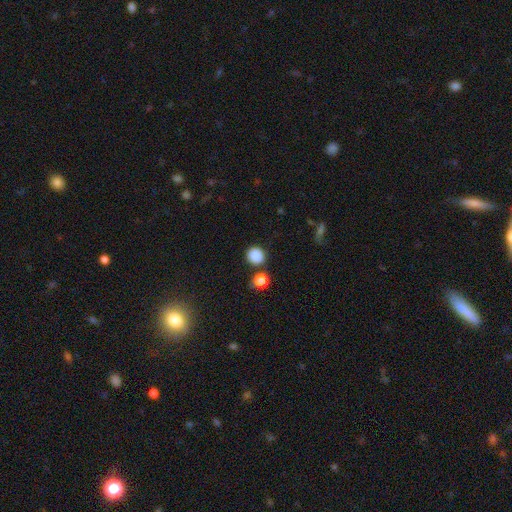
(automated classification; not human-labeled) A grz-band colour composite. It shows a smooth galaxy with no disk features (86%) that is round (87%). Merging: none (79%).